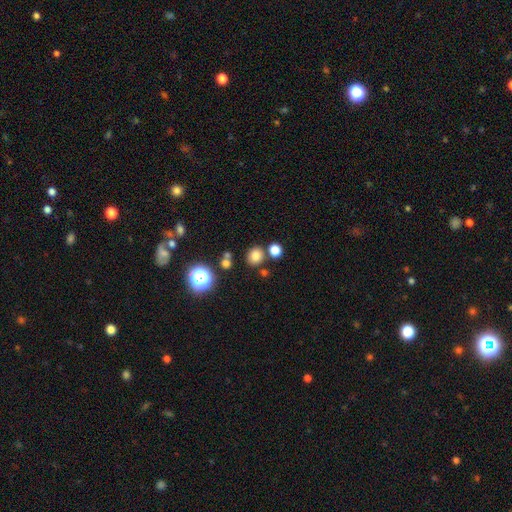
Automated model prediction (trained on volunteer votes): Morphology: type=smooth (77%); roundness=round (80%); merging=none (77%).